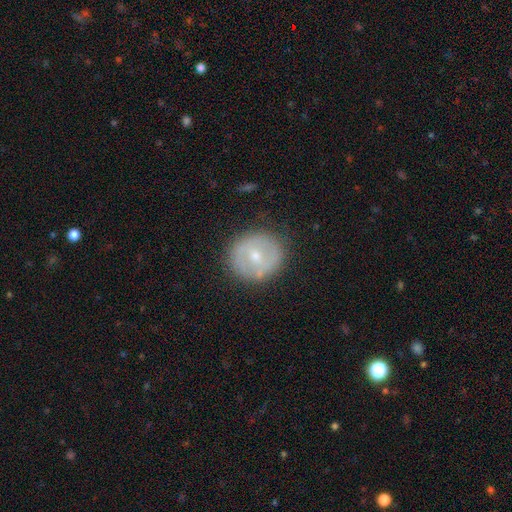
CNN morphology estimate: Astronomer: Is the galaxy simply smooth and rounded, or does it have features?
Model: featured or disk — 51% (runner-up: smooth, 42%).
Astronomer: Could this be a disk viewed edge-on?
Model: no — 95%.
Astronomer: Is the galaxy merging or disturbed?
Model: none — 83%.